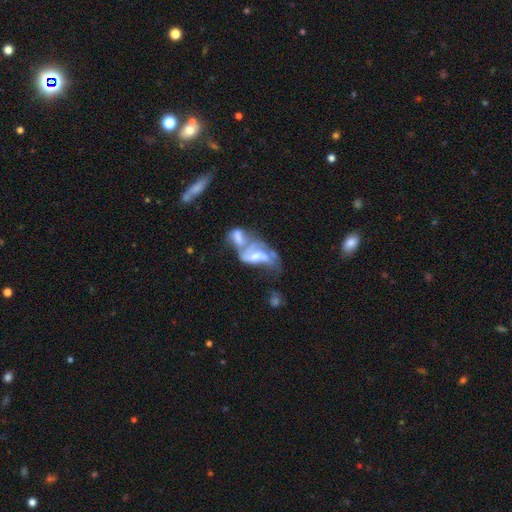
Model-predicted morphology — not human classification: This is likely a featured or disk galaxy (66%). It is clearly not viewed edge-on (96%). Bar: possibly no (58%). Spiral arm pattern: likely yes (63%). Central bulge: marginally moderate (42%). Merging: likely merger (66%).